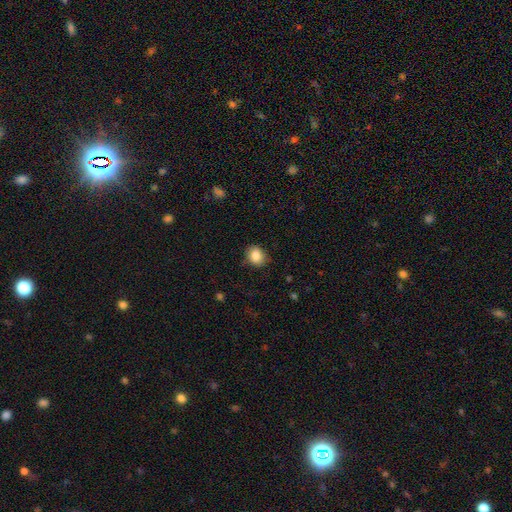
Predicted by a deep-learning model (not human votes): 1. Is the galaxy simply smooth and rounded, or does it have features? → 86% smooth, 9% star or artifact, 5% featured or disk.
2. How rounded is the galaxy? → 62% round, 37% in between, 1% cigar-shaped.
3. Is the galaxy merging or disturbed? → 81% none, 15% minor disturbance, 3% major disturbance, 1% merger.